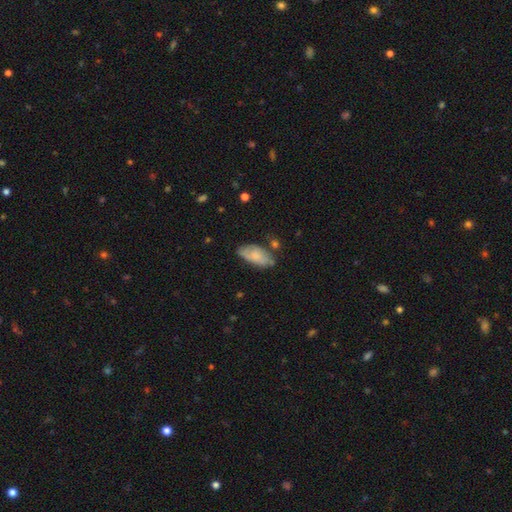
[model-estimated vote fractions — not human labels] Smooth or featured: smooth — 73% (featured or disk — 21%)
How rounded: in between — 91% (cigar-shaped — 7%)
Merging: none — 61% (minor disturbance — 27%)